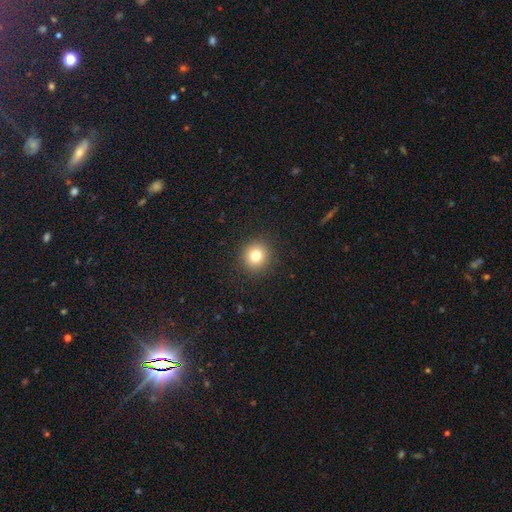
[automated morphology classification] The model was most divided on "smooth or featured": smooth: 80%, star or artifact: 12%, featured or disk: 8%. More confident: merging — none (91%); how rounded — round (91%).